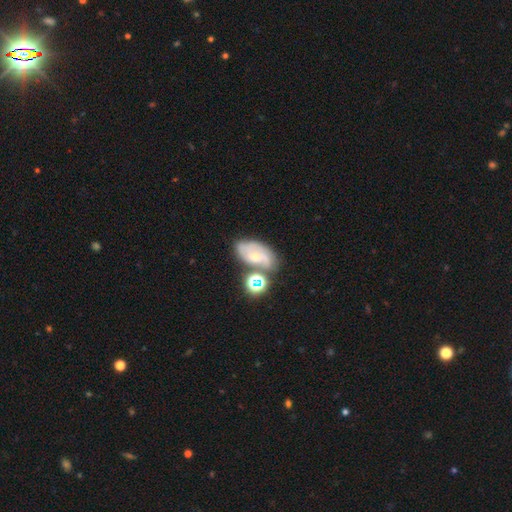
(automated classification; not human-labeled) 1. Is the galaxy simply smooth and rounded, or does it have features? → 59% featured or disk, 27% smooth, 14% star or artifact.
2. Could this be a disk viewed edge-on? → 95% no, 5% yes.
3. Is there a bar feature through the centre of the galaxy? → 68% no, 26% weak, 6% strong.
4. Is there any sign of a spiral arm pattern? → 81% yes, 19% no.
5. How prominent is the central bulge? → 63% small, 32% moderate, 2% none, 2% large, 1% dominant.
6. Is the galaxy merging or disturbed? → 50% none, 22% merger, 20% minor disturbance, 9% major disturbance.